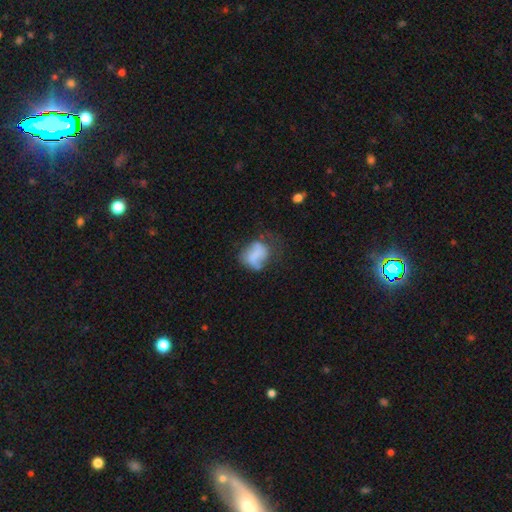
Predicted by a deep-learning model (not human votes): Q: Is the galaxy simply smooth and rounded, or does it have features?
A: smooth — 57%.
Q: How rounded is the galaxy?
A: in between — 57%.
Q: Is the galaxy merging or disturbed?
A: none — 33%.